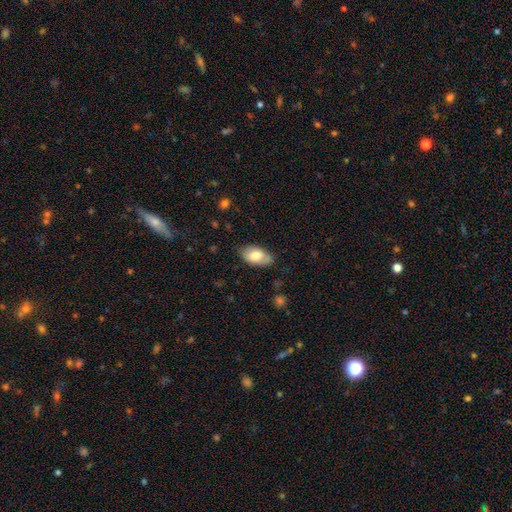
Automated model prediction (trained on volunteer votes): Smooth or featured? Predicted: smooth (p=0.77). How rounded? Predicted: in between (p=0.94). Merging? Predicted: none (p=0.76).